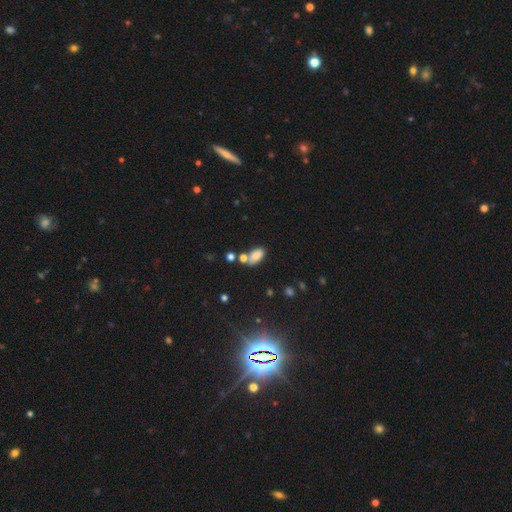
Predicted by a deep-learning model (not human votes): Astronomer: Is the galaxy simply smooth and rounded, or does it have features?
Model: smooth — 80%.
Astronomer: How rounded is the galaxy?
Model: in between — 90%.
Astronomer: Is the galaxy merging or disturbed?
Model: none — 53%.